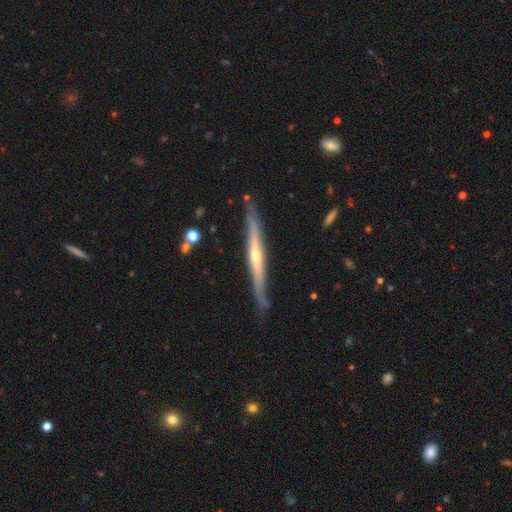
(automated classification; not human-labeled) This appears to be a featured or disk galaxy (76%) viewed edge-on (96%) with a rounded central bulge (71%). Merging: none (85%).